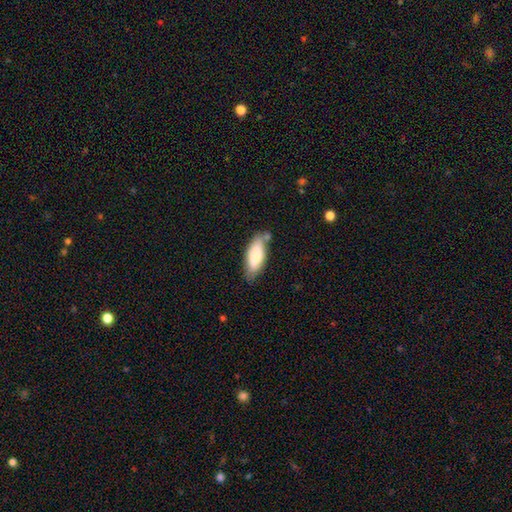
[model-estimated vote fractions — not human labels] smooth_or_featured: smooth (p=0.79) [alt: featured or disk p=0.15]
how_rounded: in between (p=0.74) [alt: cigar-shaped p=0.24]
merging: none (p=0.58) [alt: minor disturbance p=0.26]